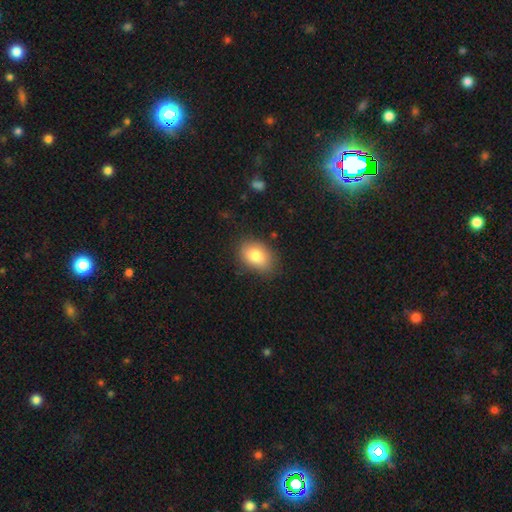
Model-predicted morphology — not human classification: The model was most divided on "merging": none: 79%, minor disturbance: 16%, major disturbance: 4%, merger: 1%. More confident: how rounded — in between (84%); smooth or featured — smooth (83%).